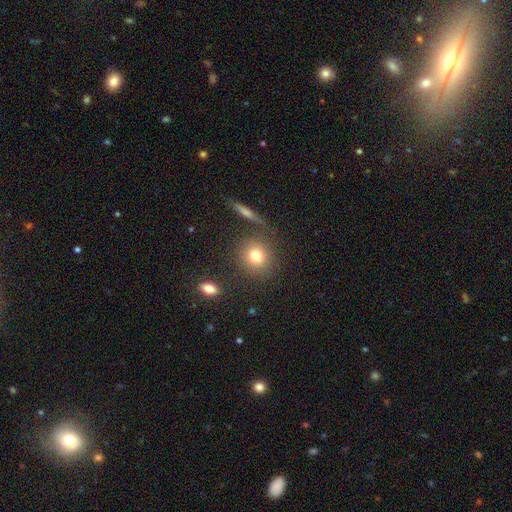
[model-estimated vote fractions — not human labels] This is likely a smooth galaxy (79%). How rounded: clearly round (84%). Merging: likely none (78%).